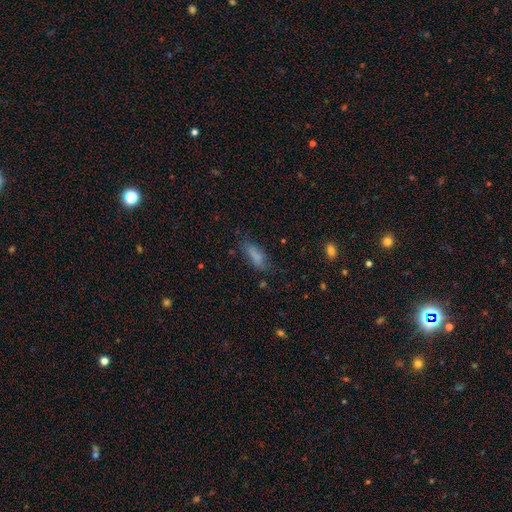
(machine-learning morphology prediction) type=smooth (75%); roundness=in between (57%); merging=none (61%).